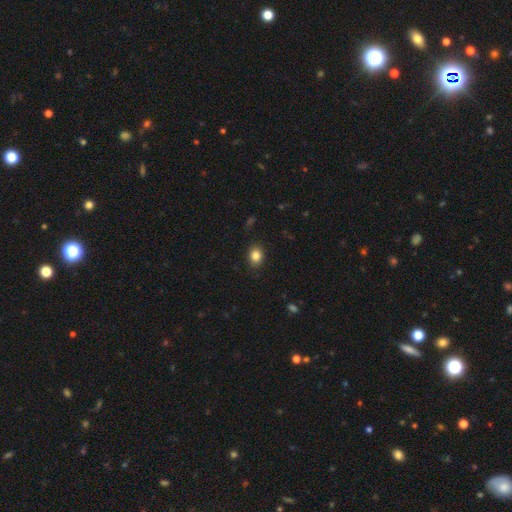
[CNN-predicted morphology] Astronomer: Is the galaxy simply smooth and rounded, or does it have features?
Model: smooth — 84%.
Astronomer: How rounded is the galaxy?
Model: in between — 51% (runner-up: round, 48%).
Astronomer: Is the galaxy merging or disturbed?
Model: none — 89%.